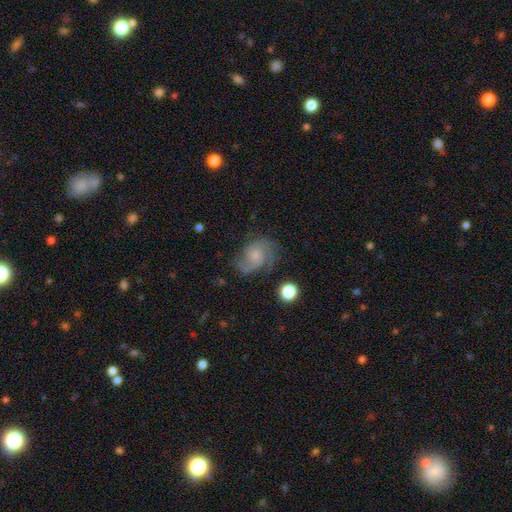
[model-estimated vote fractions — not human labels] Smooth or featured: featured or disk — 80% (smooth — 13%)
Edge-on disk: no — 98% (yes — 2%)
Bar: no — 71% (weak — 25%)
Spiral arms: yes — 96% (no — 4%)
Spiral winding: medium — 49% (tight — 30%)
Spiral arm count: 2 — 51% (3 — 22%)
Bulge size: small — 61% (moderate — 26%)
Merging: none — 66% (minor disturbance — 20%)